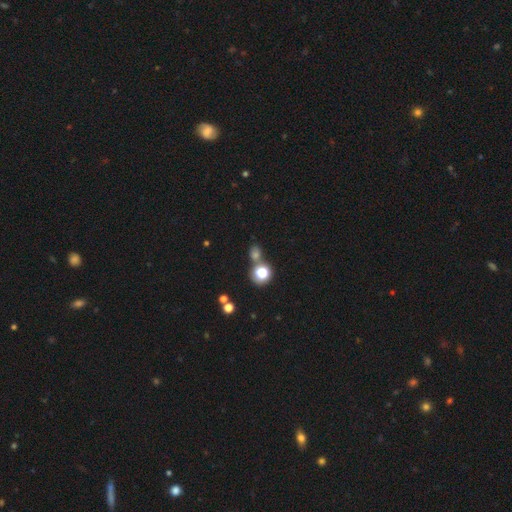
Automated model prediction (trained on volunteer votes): Smooth or featured?
  - smooth: 59% *
  - star or artifact: 33%
  - featured or disk: 8%
How rounded?
  - round: 78% *
  - in between: 20%
  - cigar-shaped: 2%
Merging?
  - none: 63% *
  - merger: 23%
  - minor disturbance: 9%
  - major disturbance: 5%